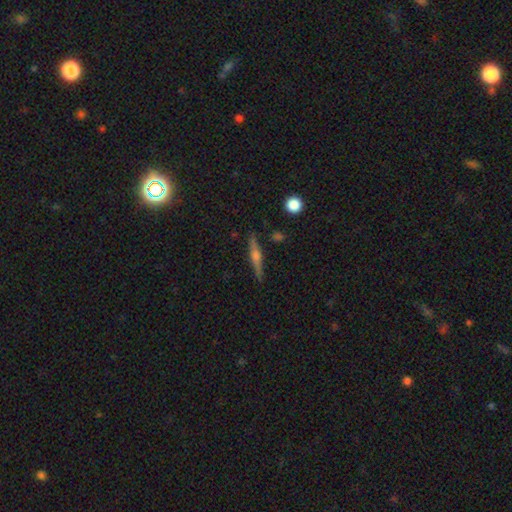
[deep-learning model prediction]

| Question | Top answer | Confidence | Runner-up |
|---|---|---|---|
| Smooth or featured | featured or disk | 68% | smooth (25%) |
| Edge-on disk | yes | 98% | no (2%) |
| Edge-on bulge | rounded | 83% | boxy (11%) |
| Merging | none | 88% | minor disturbance (8%) |